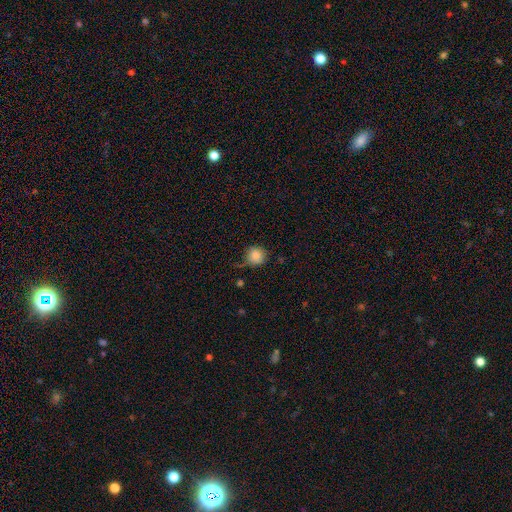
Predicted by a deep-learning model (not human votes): A smooth galaxy with no disk features (86%) that is round (92%).

Vote fractions:
- Smooth or featured? smooth: 86% / star or artifact: 9% / featured or disk: 5%
- How rounded? round: 92% / in between: 7% / cigar-shaped: 1%
- Merging? none: 65% / minor disturbance: 24% / major disturbance: 7% / merger: 3%